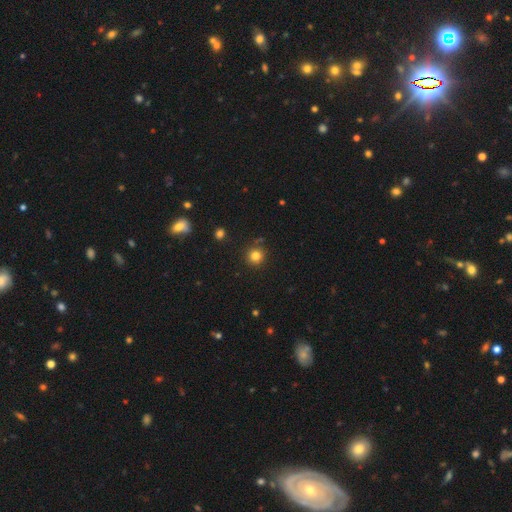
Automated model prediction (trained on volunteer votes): A smooth galaxy with no disk features (81%) that is round (93%). Merging: none (86%).